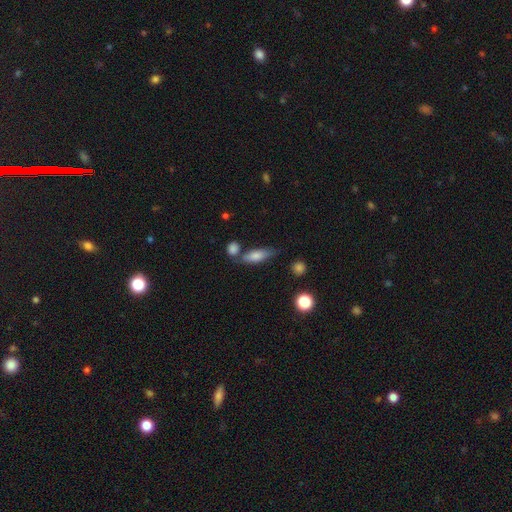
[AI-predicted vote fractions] smooth-or-featured: smooth: 73% | featured or disk: 20% | star or artifact: 8%
  how-rounded: in between: 58% | cigar-shaped: 39% | round: 3%
  merging: none: 61% | minor disturbance: 18% | merger: 17% | major disturbance: 5%